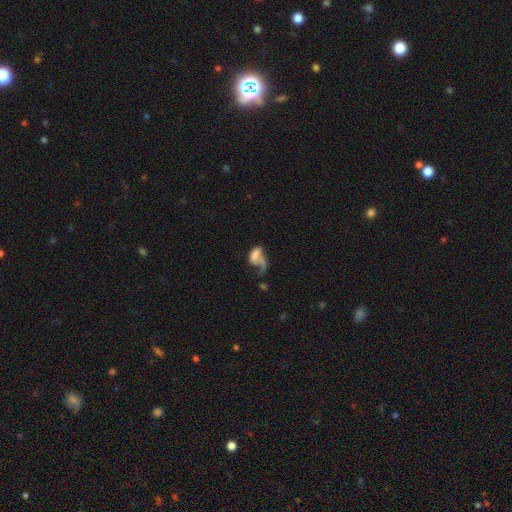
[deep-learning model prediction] Smooth or featured: smooth — 48% (featured or disk — 42%)
Merging: major disturbance — 50% (none — 20%)